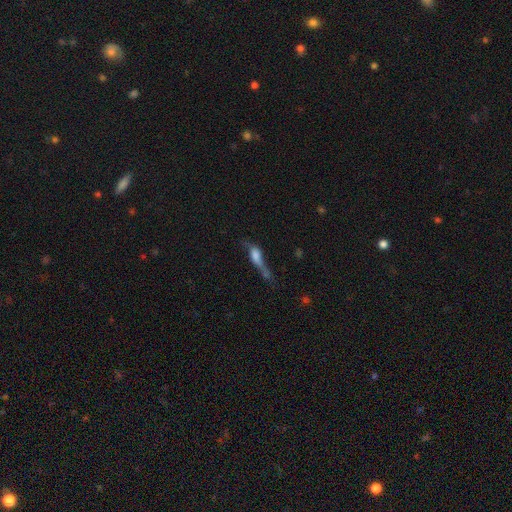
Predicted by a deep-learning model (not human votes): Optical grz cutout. It shows a smooth galaxy with no disk features (48%). Merging: major disturbance (35%).